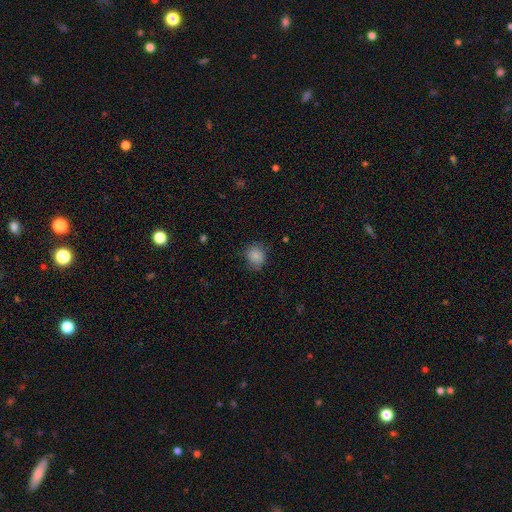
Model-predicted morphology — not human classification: A smooth galaxy with no disk features (84%) that is round (73%).

Vote fractions:
- Smooth or featured? smooth: 84% / star or artifact: 10% / featured or disk: 6%
- How rounded? round: 73% / in between: 26% / cigar-shaped: 1%
- Merging? none: 72% / minor disturbance: 21% / major disturbance: 6% / merger: 1%